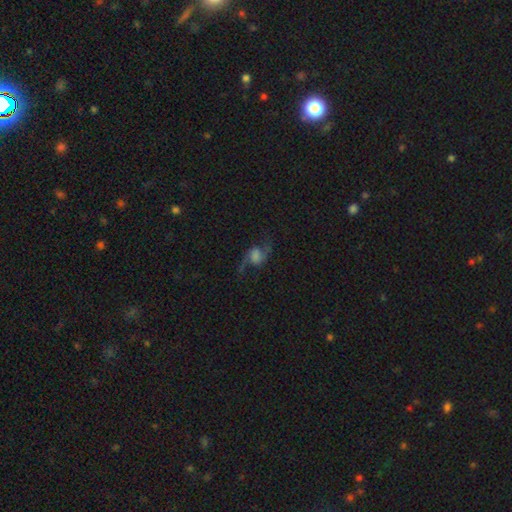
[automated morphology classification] smooth-or-featured: featured or disk: 73% | smooth: 17% | star or artifact: 10%
  disk-edge-on: no: 97% | yes: 3%
    bar: no: 53% | weak: 36% | strong: 11%
    has-spiral-arms: yes: 95% | no: 5%
      spiral-winding: loose: 81% | medium: 16% | tight: 3%
      spiral-arm-count: 2: 93% | 1: 2% | can't tell: 2% | 3: 1% | 4: 1% | more than 4: 1%
    bulge-size: none: 35% | large: 24% | moderate: 16% | small: 16% | dominant: 10%
  merging: none: 68% | minor disturbance: 16% | major disturbance: 14% | merger: 2%